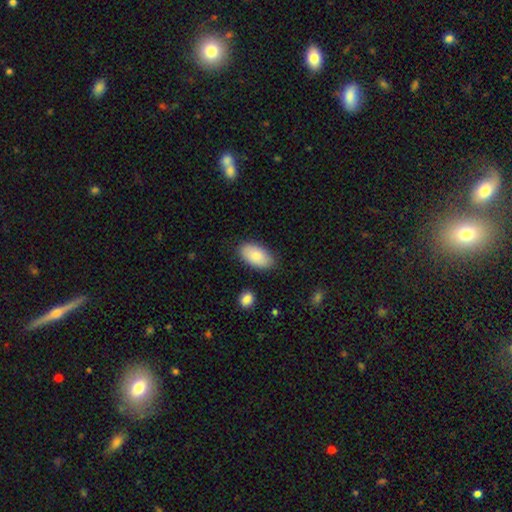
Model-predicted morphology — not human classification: Smooth or featured? Predicted: smooth (p=0.84). How rounded? Predicted: in between (p=0.95). Merging? Predicted: none (p=0.84).